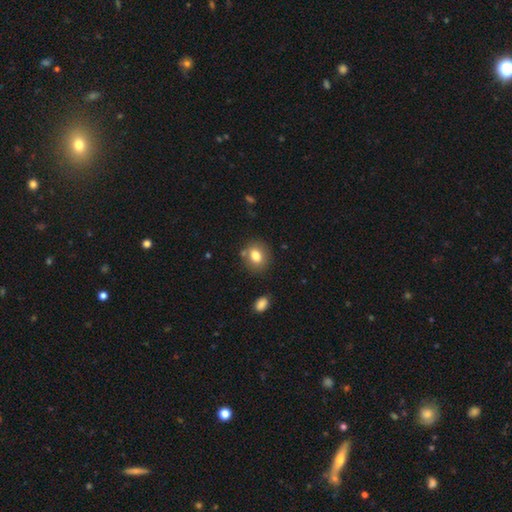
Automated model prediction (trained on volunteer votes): Morphology: type=smooth (78%); roundness=round (58%); merging=none (77%).